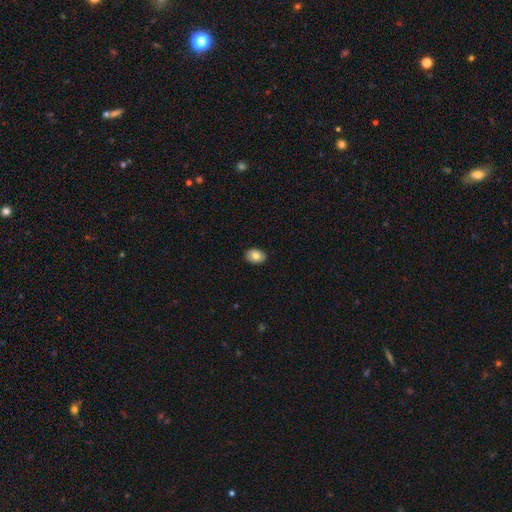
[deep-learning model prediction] smooth_or_featured: smooth (p=0.75) [alt: featured or disk p=0.17]
how_rounded: in between (p=0.68) [alt: round p=0.31]
merging: none (p=0.88) [alt: minor disturbance p=0.09]